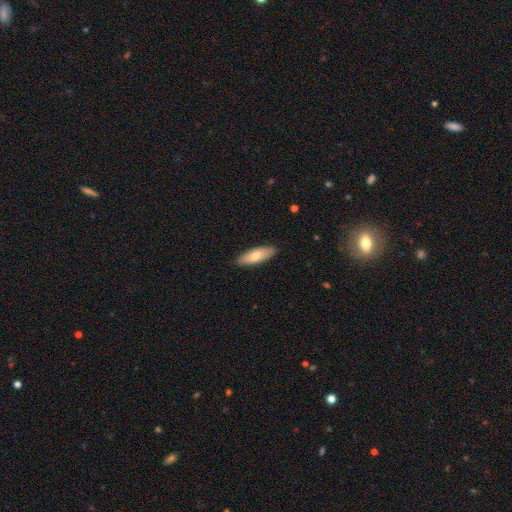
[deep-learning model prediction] smooth 75%, featured or disk 20%, star or artifact 5%. Down the decision tree: how rounded — in between (56%); merging — none (89%).